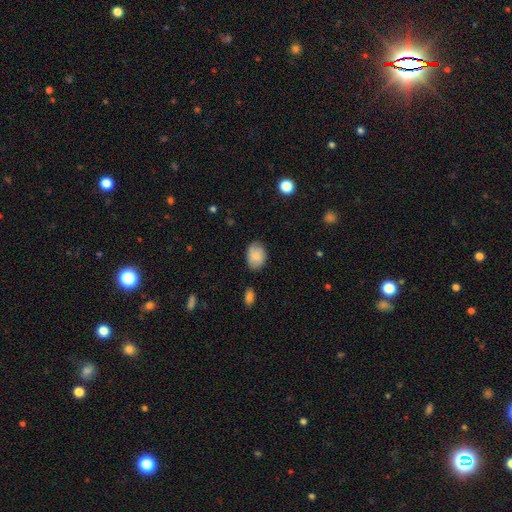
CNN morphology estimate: Smooth or featured?
  - smooth: 82% *
  - featured or disk: 11%
  - star or artifact: 7%
How rounded?
  - in between: 77% *
  - round: 22%
  - cigar-shaped: 1%
Merging?
  - none: 74% *
  - minor disturbance: 20%
  - major disturbance: 4%
  - merger: 2%